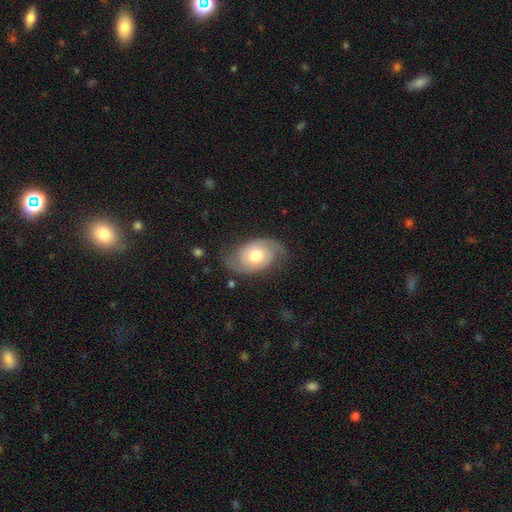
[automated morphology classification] smooth_or_featured: featured or disk (p=0.80) [alt: smooth p=0.14]
disk_edge_on: no (p=0.97) [alt: yes p=0.03]
bar: no (p=0.75) [alt: weak p=0.21]
has_spiral_arms: yes (p=0.93) [alt: no p=0.07]
spiral_winding: tight (p=0.42) [alt: medium p=0.41]
spiral_arm_count: 2 (p=0.90) [alt: can't tell p=0.05]
bulge_size: moderate (p=0.74) [alt: large p=0.14]
merging: none (p=0.75) [alt: minor disturbance p=0.17]